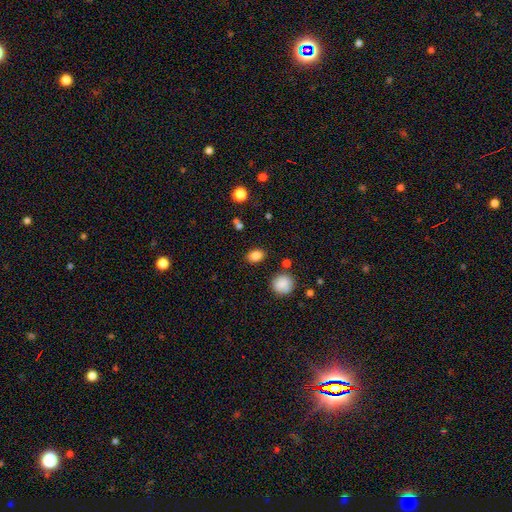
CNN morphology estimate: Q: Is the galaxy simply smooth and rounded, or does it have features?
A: smooth — 84%.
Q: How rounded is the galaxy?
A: in between — 68%.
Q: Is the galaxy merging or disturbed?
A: none — 84%.